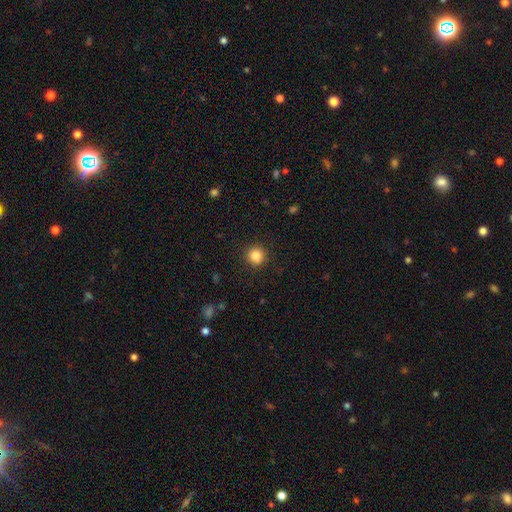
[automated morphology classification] smooth-or-featured: smooth: 84% | star or artifact: 11% | featured or disk: 5%
  how-rounded: round: 92% | in between: 7% | cigar-shaped: 1%
  merging: none: 90% | minor disturbance: 7% | major disturbance: 2% | merger: 1%